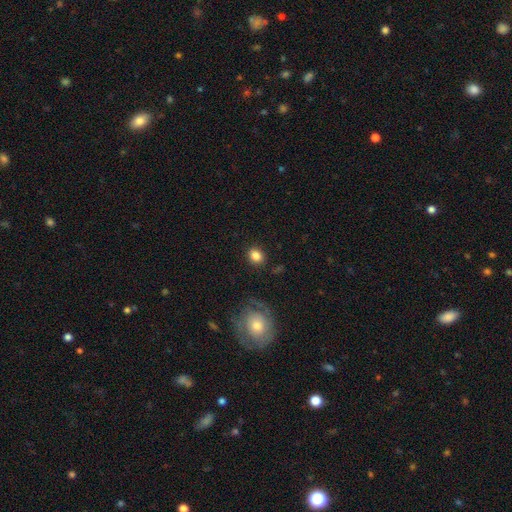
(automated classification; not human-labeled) A smooth galaxy with no disk features (83%) that is round (60%).

Vote fractions:
- Smooth or featured? smooth: 83% / star or artifact: 10% / featured or disk: 7%
- How rounded? round: 60% / in between: 39% / cigar-shaped: 1%
- Merging? none: 86% / minor disturbance: 9% / major disturbance: 3% / merger: 2%